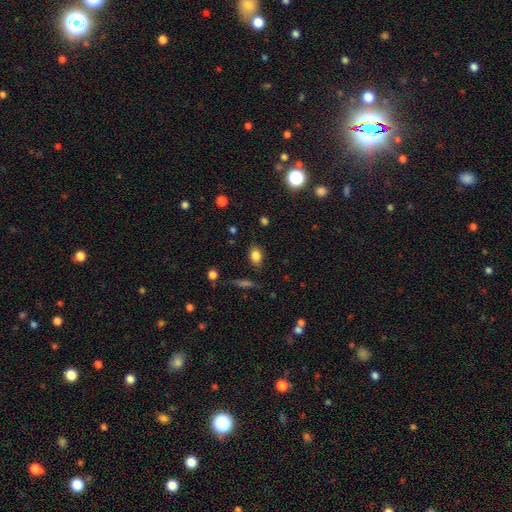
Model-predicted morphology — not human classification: Smooth or featured?
  - smooth: 82% *
  - star or artifact: 10%
  - featured or disk: 8%
How rounded?
  - in between: 77% *
  - round: 21%
  - cigar-shaped: 2%
Merging?
  - none: 82% *
  - minor disturbance: 12%
  - major disturbance: 3%
  - merger: 2%